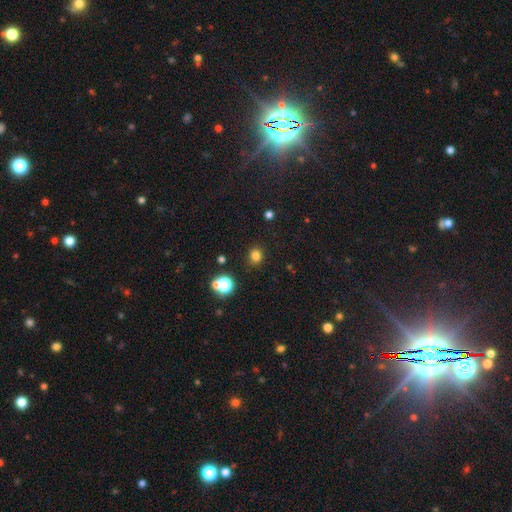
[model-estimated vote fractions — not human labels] Smooth or featured? smooth (79%)
How rounded? round (77%)
Merging? none (88%)